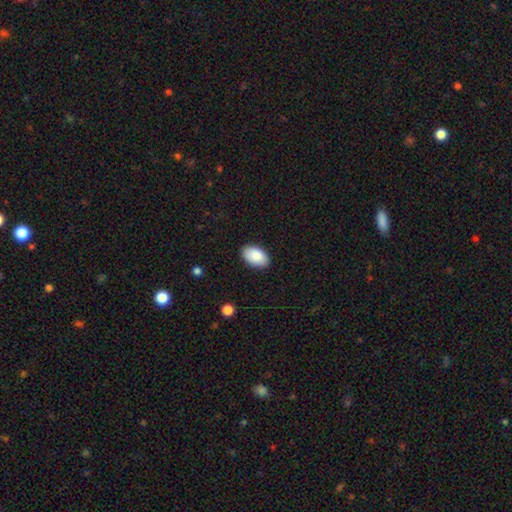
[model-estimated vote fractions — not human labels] smooth_or_featured: smooth (p=0.88) [alt: star or artifact p=0.06]
how_rounded: in between (p=0.94) [alt: round p=0.05]
merging: none (p=0.89) [alt: minor disturbance p=0.09]